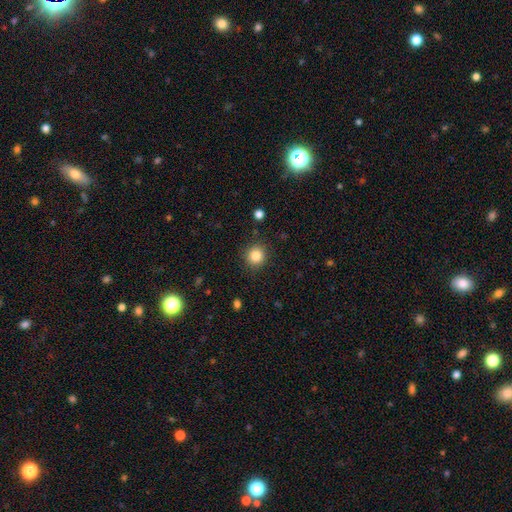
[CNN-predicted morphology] A smooth galaxy with no disk features (83%) that is round (93%).

Vote fractions:
- Smooth or featured? smooth: 83% / star or artifact: 11% / featured or disk: 6%
- How rounded? round: 93% / in between: 7% / cigar-shaped: 1%
- Merging? none: 90% / minor disturbance: 6% / major disturbance: 2% / merger: 1%